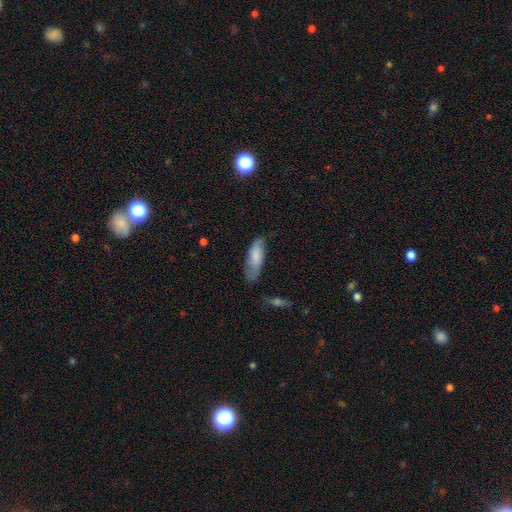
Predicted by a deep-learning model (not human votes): Overall: smooth (77%). How rounded: in between (65%; cigar-shaped 33%). Merging: none (57%; minor disturbance 32%).